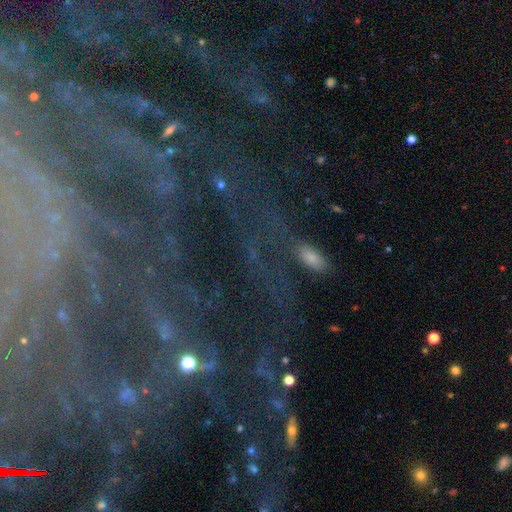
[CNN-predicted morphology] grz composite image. It shows a featured or disk galaxy (44%, tied with star or artifact). Merging: none (74%).